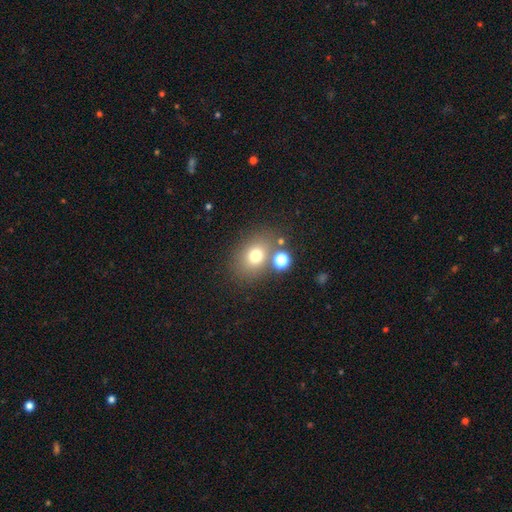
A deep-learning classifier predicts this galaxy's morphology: smooth_or_featured: smooth (p=0.73) [alt: star or artifact p=0.14]
how_rounded: in between (p=0.55) [alt: round p=0.44]
merging: none (p=0.69) [alt: merger p=0.13]